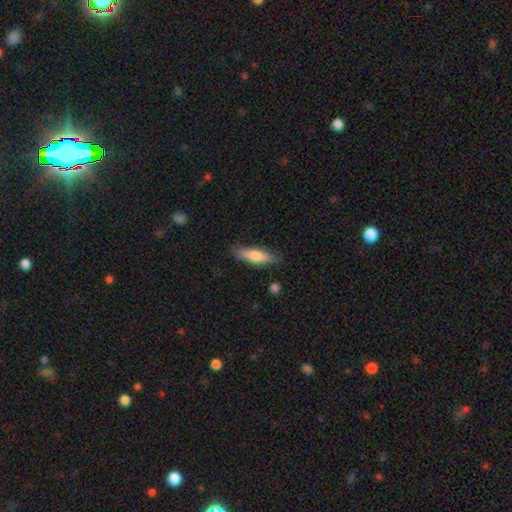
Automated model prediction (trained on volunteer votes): Smooth or featured? Predicted: smooth (p=0.69). How rounded? Predicted: cigar-shaped (p=0.59). Merging? Predicted: none (p=0.83).